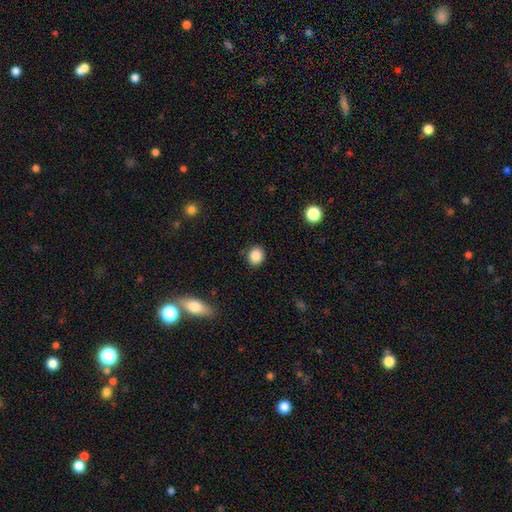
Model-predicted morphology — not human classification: The model was most divided on "how rounded": round: 79%, in between: 20%, cigar-shaped: 1%. More confident: merging — none (89%); smooth or featured — smooth (87%).